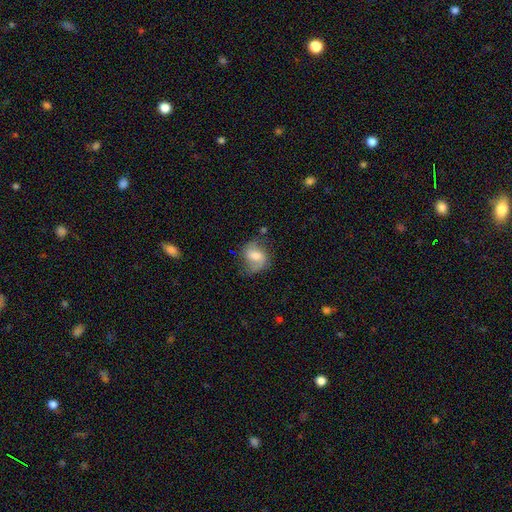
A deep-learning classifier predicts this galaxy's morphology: smooth_or_featured: featured or disk (p=0.52) [alt: smooth p=0.40]
disk_edge_on: no (p=0.96) [alt: yes p=0.04]
merging: none (p=0.59) [alt: minor disturbance p=0.26]